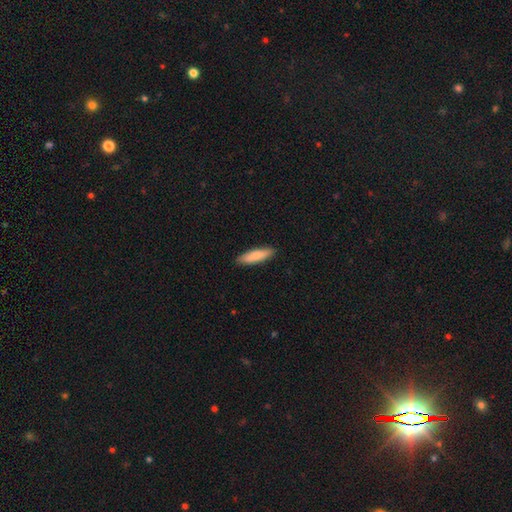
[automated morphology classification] Smooth or featured?
  - smooth: 85% *
  - featured or disk: 10%
  - star or artifact: 5%
How rounded?
  - cigar-shaped: 71% *
  - in between: 28%
  - round: 1%
Merging?
  - none: 90% *
  - minor disturbance: 7%
  - major disturbance: 1%
  - merger: 1%